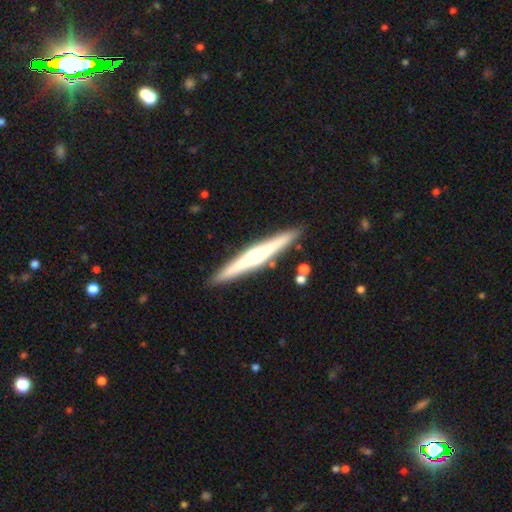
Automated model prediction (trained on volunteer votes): Smooth or featured: featured or disk — 70% (smooth — 24%)
Edge-on disk: yes — 97% (no — 3%)
Edge-on bulge: rounded — 75% (none — 14%)
Merging: none — 90% (minor disturbance — 7%)